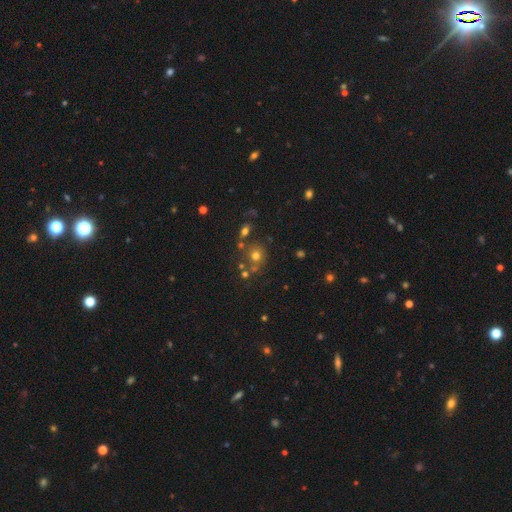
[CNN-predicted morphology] Smooth or featured? Predicted: smooth (p=0.64). How rounded? Predicted: round (p=0.84). Merging? Predicted: none (p=0.63).